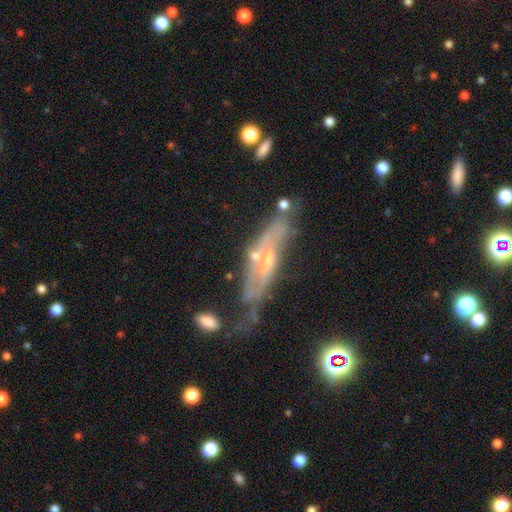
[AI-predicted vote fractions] Smooth or featured? Predicted: featured or disk (p=0.64). Edge-on disk? Predicted: no (p=0.52). Merging? Predicted: none (p=0.48).